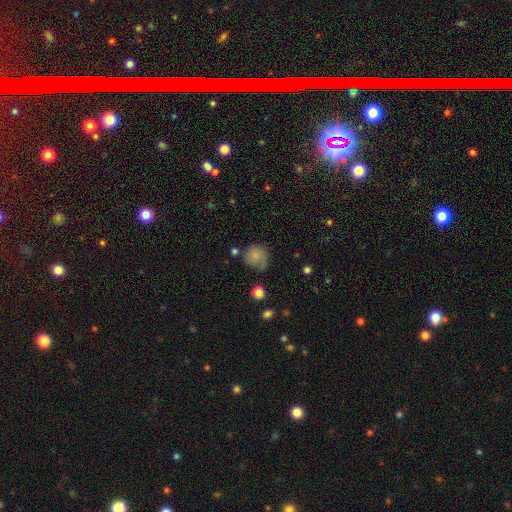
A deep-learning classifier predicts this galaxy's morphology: Smooth or featured: smooth — 70% (featured or disk — 20%)
How rounded: round — 82% (in between — 17%)
Merging: none — 48% (minor disturbance — 30%)